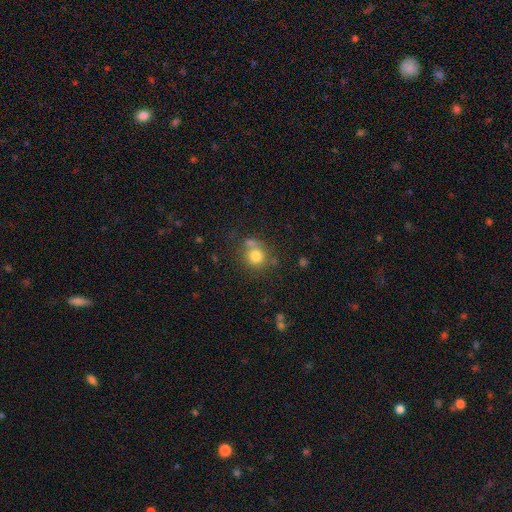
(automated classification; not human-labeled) Morphology: type=smooth (78%); roundness=round (87%); merging=none (60%).